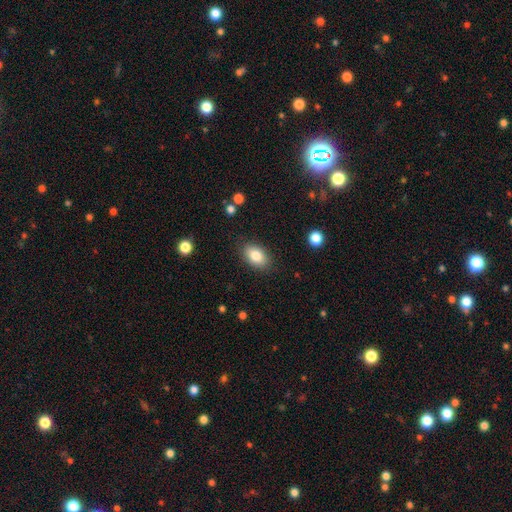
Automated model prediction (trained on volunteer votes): Morphology: type=smooth (83%); roundness=in between (89%); merging=none (85%).